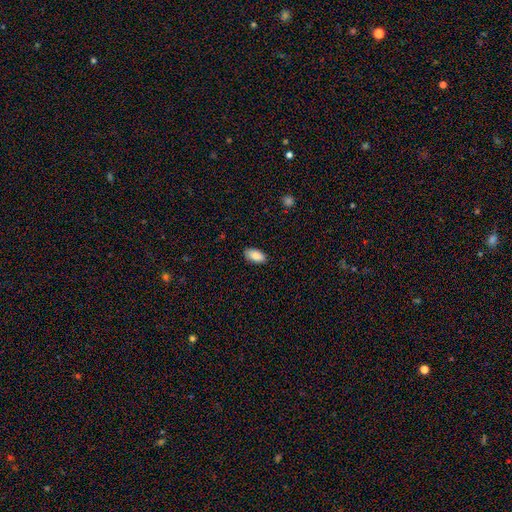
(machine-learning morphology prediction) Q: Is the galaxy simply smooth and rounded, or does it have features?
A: smooth — 88%.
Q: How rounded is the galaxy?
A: in between — 94%.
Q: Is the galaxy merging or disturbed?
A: none — 87%.